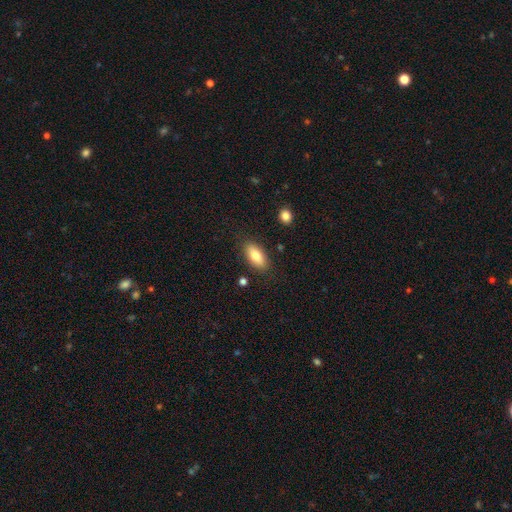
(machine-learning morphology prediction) Smooth or featured? Predicted: smooth (p=0.80). How rounded? Predicted: in between (p=0.86). Merging? Predicted: none (p=0.84).